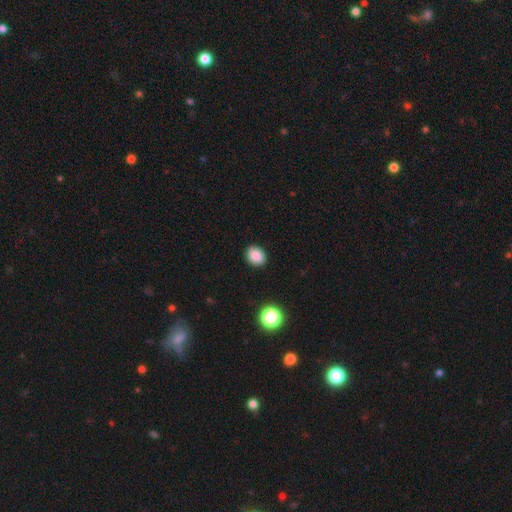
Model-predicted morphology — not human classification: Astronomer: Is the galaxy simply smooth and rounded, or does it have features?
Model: smooth — 86%.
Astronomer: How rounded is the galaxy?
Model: in between — 56% (runner-up: round, 44%).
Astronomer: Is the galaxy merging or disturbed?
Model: none — 89%.